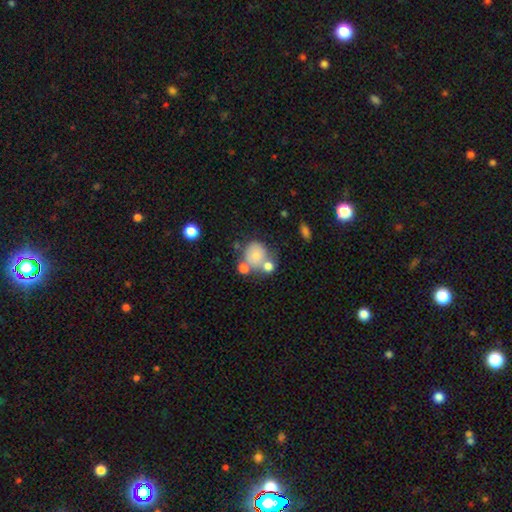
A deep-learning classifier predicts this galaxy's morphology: Smooth or featured?
  - smooth: 69% *
  - featured or disk: 21%
  - star or artifact: 10%
How rounded?
  - round: 80% *
  - in between: 19%
  - cigar-shaped: 1%
Merging?
  - none: 44% *
  - merger: 34%
  - minor disturbance: 15%
  - major disturbance: 8%